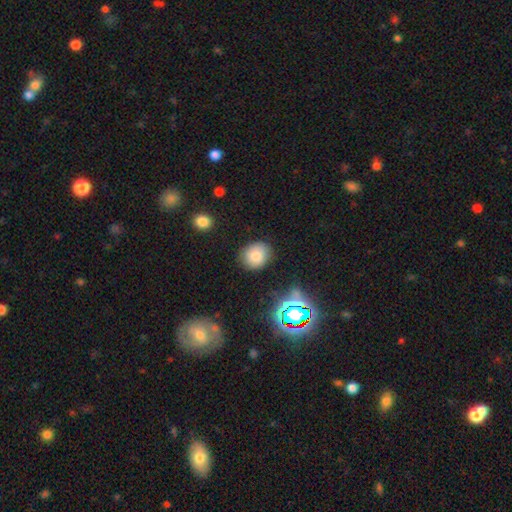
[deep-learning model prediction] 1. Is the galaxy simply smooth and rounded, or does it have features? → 80% smooth, 12% star or artifact, 8% featured or disk.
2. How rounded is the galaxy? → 67% round, 32% in between, 1% cigar-shaped.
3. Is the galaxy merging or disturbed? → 80% none, 14% minor disturbance, 3% major disturbance, 2% merger.